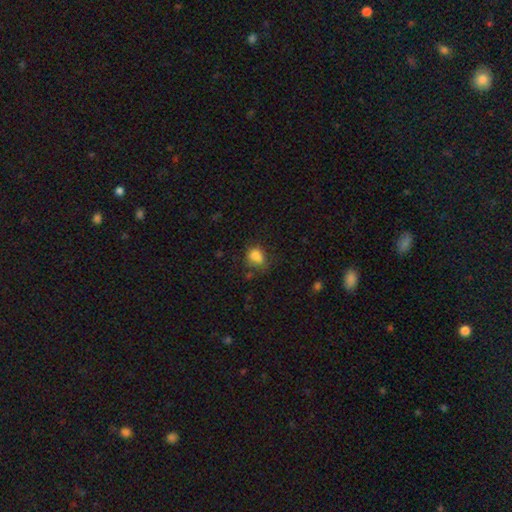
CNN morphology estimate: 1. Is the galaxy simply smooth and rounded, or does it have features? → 80% smooth, 11% star or artifact, 9% featured or disk.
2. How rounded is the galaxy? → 58% in between, 41% round, 1% cigar-shaped.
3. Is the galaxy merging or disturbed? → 52% none, 28% minor disturbance, 12% major disturbance, 7% merger.